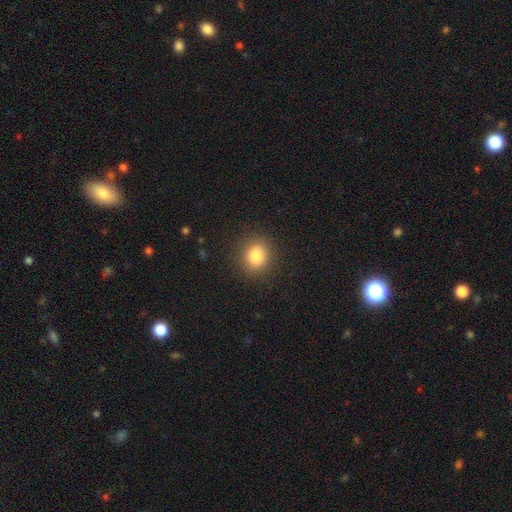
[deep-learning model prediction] A smooth galaxy with no disk features (84%) that is round (75%). Merging: none (89%).